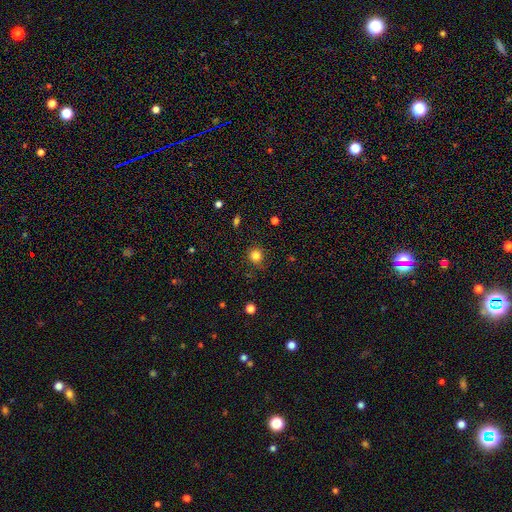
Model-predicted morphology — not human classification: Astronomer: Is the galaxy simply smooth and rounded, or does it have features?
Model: smooth — 83%.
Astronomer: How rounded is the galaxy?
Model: round — 91%.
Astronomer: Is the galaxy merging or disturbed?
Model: none — 83%.